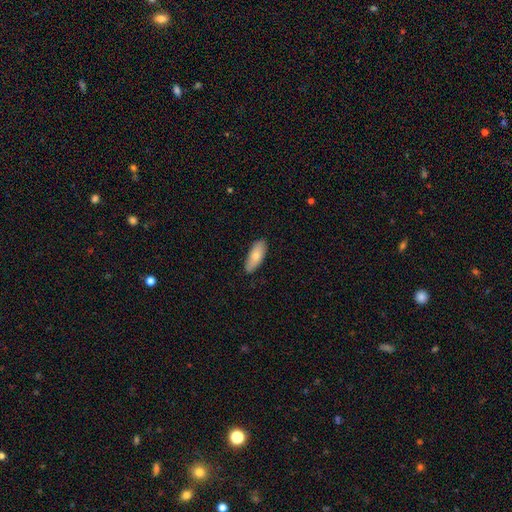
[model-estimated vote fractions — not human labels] Overall: smooth (77%). How rounded: in between (76%). Merging: none (85%).